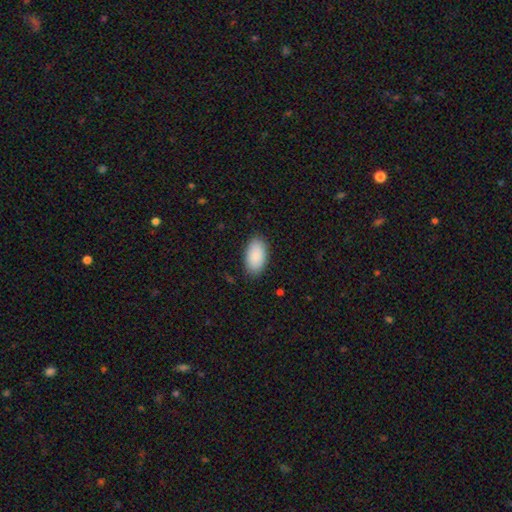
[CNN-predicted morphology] A smooth galaxy with no disk features (90%) that is in between round and cigar-shaped (95%). Merging: none (86%).